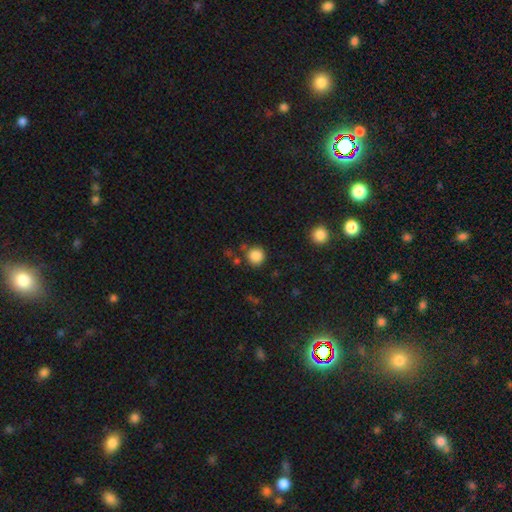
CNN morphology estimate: smooth_or_featured: smooth (p=0.86) [alt: star or artifact p=0.11]
how_rounded: round (p=0.92) [alt: in between p=0.07]
merging: none (p=0.79) [alt: minor disturbance p=0.12]